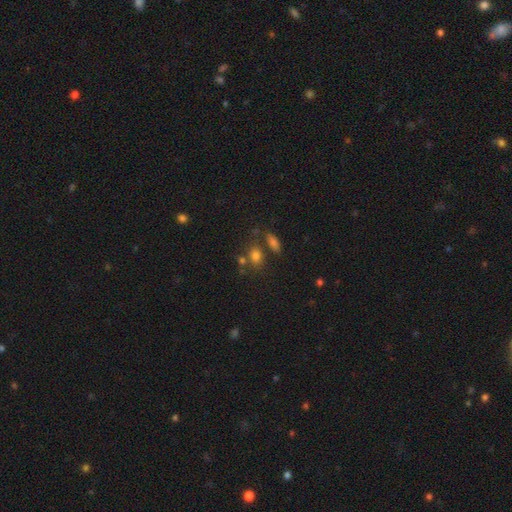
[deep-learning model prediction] A smooth galaxy with no disk features (75%) that is in between round and cigar-shaped (62%). Merging: none (61%).